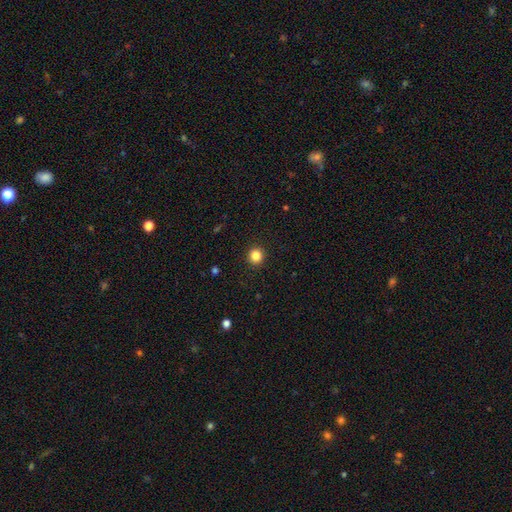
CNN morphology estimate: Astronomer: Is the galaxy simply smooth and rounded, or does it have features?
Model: smooth — 84%.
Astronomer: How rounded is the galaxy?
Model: round — 92%.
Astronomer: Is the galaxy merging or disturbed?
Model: none — 92%.